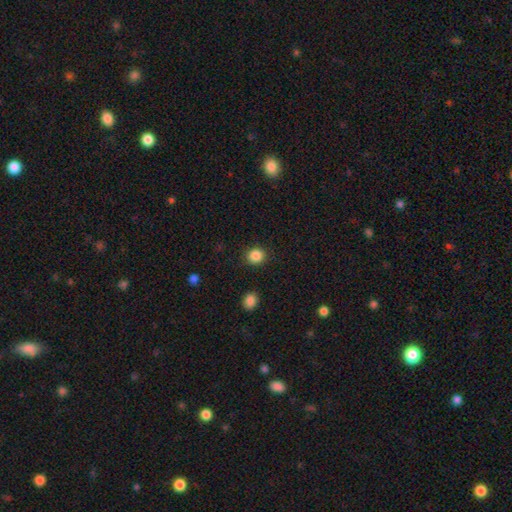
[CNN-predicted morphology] The model was most divided on "how rounded": round: 83%, in between: 16%, cigar-shaped: 1%. More confident: merging — none (89%); smooth or featured — smooth (86%).